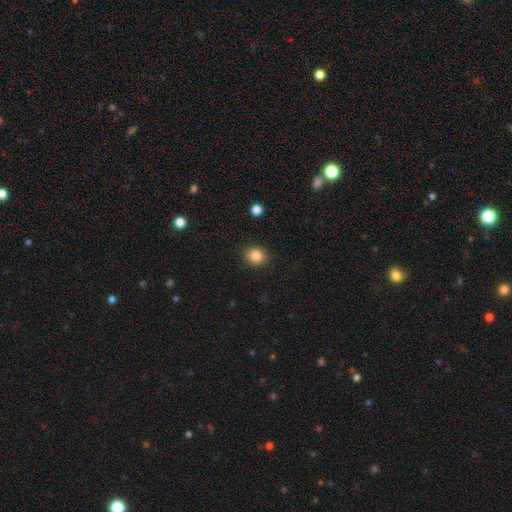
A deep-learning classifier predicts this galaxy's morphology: Smooth or featured: smooth — 85% (star or artifact — 10%)
How rounded: round — 77% (in between — 23%)
Merging: none — 90% (minor disturbance — 6%)